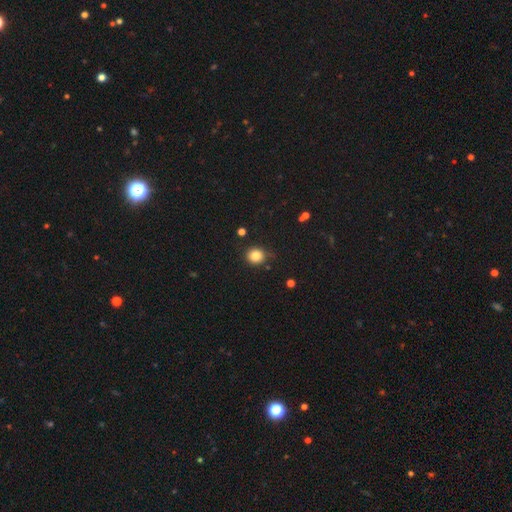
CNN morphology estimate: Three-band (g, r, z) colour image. It shows a smooth galaxy with no disk features (82%) that is round (86%). Merging: none (81%).